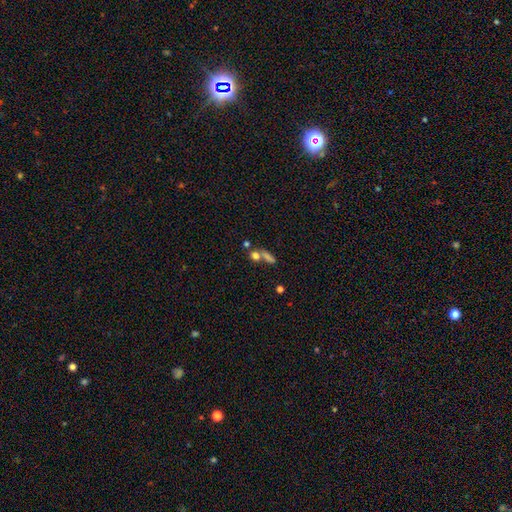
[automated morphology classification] Smooth or featured? Predicted: smooth (p=0.71). How rounded? Predicted: round (p=0.47). Merging? Predicted: none (p=0.43).